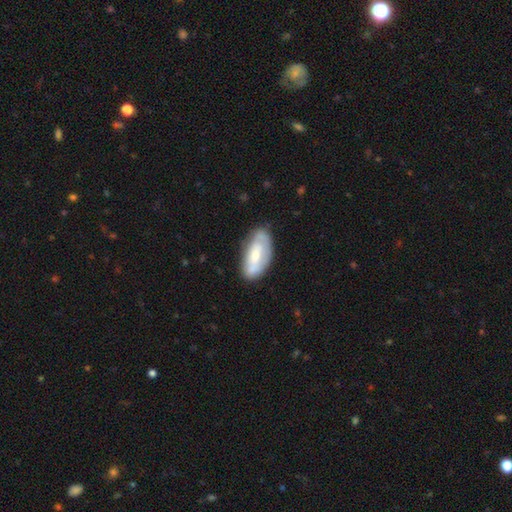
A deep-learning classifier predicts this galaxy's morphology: A smooth galaxy with no disk features (53%) that is in between round and cigar-shaped (88%).

Vote fractions:
- Smooth or featured? smooth: 53% / featured or disk: 41% / star or artifact: 6%
- How rounded? in between: 88% / cigar-shaped: 9% / round: 2%
- Merging? none: 68% / minor disturbance: 22% / major disturbance: 7% / merger: 4%